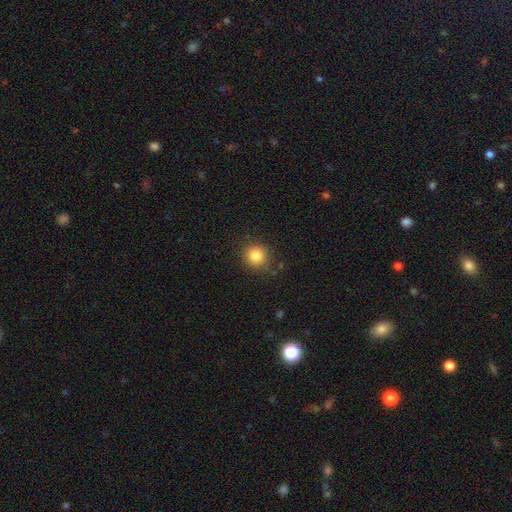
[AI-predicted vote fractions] A smooth galaxy with no disk features (83%) that is round (91%).

Vote fractions:
- Smooth or featured? smooth: 83% / star or artifact: 11% / featured or disk: 6%
- How rounded? round: 91% / in between: 8% / cigar-shaped: 1%
- Merging? none: 84% / minor disturbance: 11% / major disturbance: 3% / merger: 2%